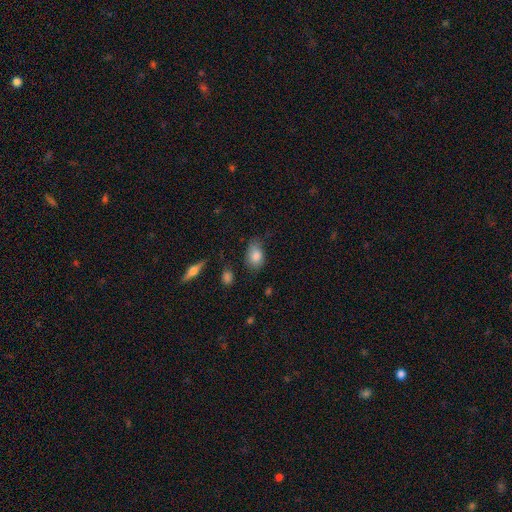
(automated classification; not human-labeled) This appears to be a smooth galaxy with no disk features (82%) that is in between round and cigar-shaped (81%). Merging: none (57%).